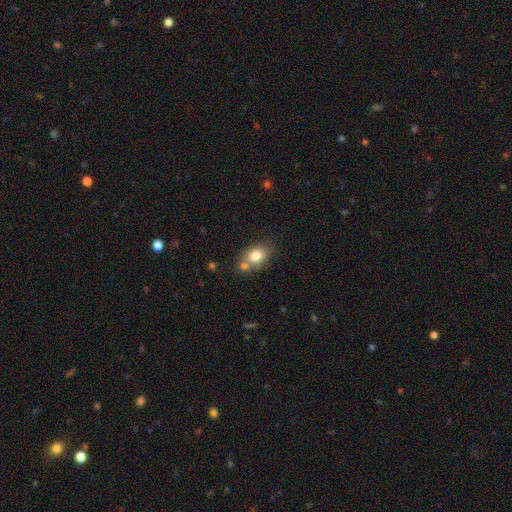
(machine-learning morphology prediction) type=smooth (79%); roundness=in between (66%); merging=none (54%).